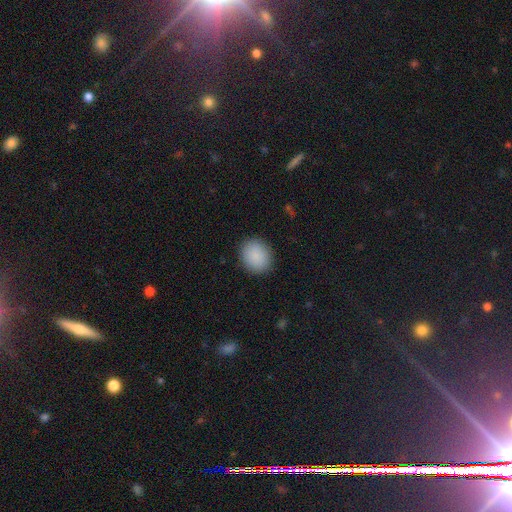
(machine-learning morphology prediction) Smooth or featured? Predicted: smooth (p=0.89). How rounded? Predicted: round (p=0.66). Merging? Predicted: none (p=0.89).